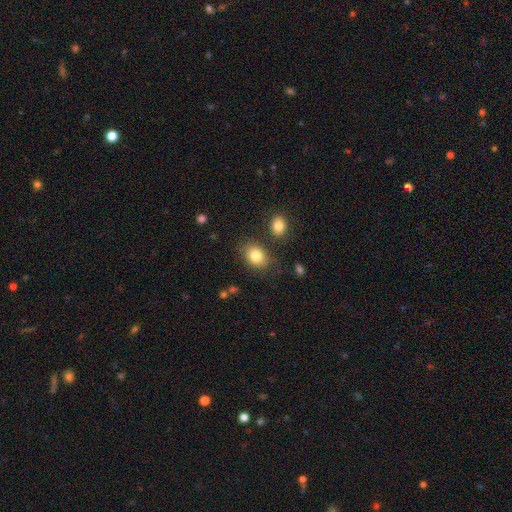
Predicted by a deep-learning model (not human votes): The model was most divided on "how rounded": in between: 68%, round: 31%, cigar-shaped: 1%. More confident: smooth or featured — smooth (83%); merging — none (79%).